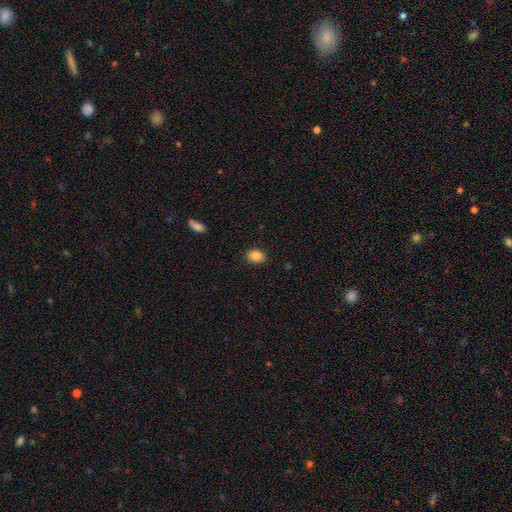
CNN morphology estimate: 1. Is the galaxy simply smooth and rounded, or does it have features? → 86% smooth, 9% star or artifact, 6% featured or disk.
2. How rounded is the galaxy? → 67% in between, 32% round, 1% cigar-shaped.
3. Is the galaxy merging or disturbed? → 88% none, 9% minor disturbance, 2% major disturbance, 1% merger.